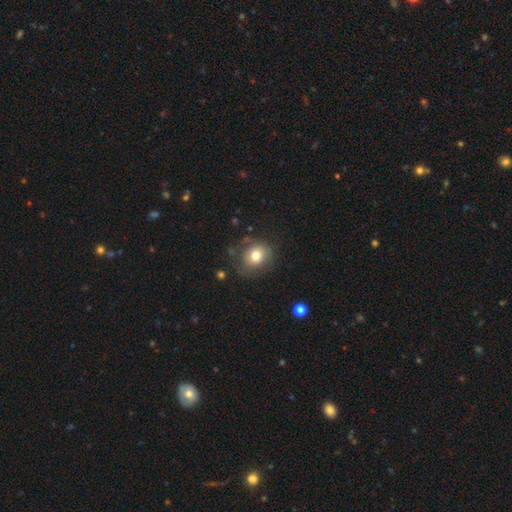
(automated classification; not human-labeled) Morphology: type=smooth (75%); roundness=round (64%); merging=none (67%).